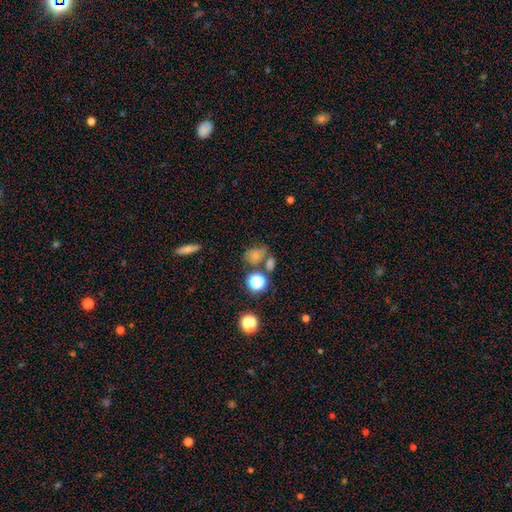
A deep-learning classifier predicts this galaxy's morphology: Smooth or featured? smooth (66%)
How rounded? round (55%)
Merging? none (49%)